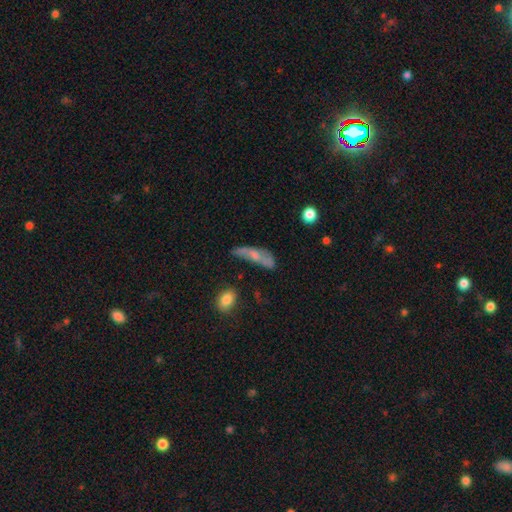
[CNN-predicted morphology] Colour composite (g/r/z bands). It shows a featured or disk galaxy (47%). Merging: none (47%).